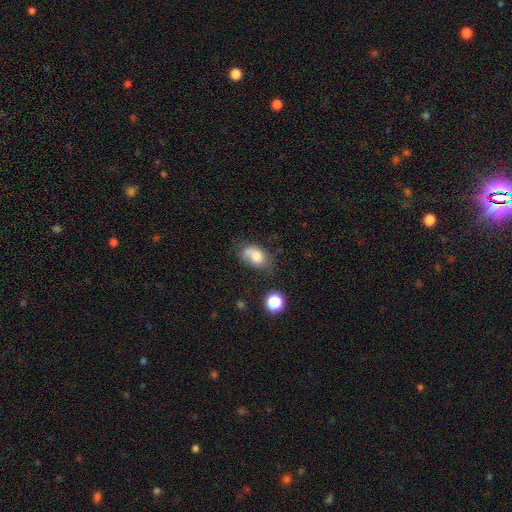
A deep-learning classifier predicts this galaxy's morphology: Q: Smooth or featured?
A: smooth (73%); runner-up: featured or disk (17%)
Q: How rounded?
A: in between (77%); runner-up: round (22%)
Q: Merging?
A: none (39%); runner-up: minor disturbance (25%)